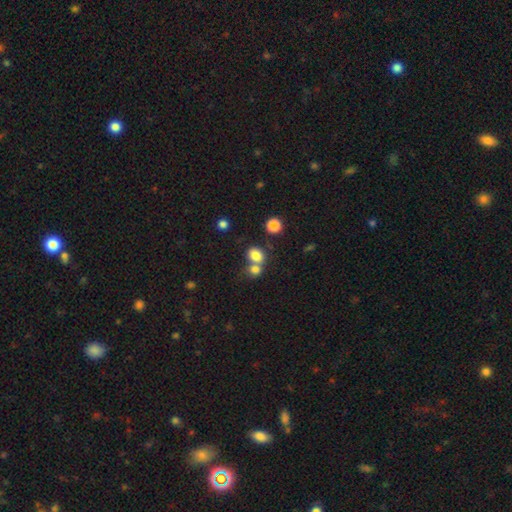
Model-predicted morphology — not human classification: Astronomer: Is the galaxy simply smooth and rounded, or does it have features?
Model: smooth — 80%.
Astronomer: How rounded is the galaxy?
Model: round — 54% (runner-up: in between, 45%).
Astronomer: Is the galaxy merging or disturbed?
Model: merger — 44% (runner-up: none, 43%).